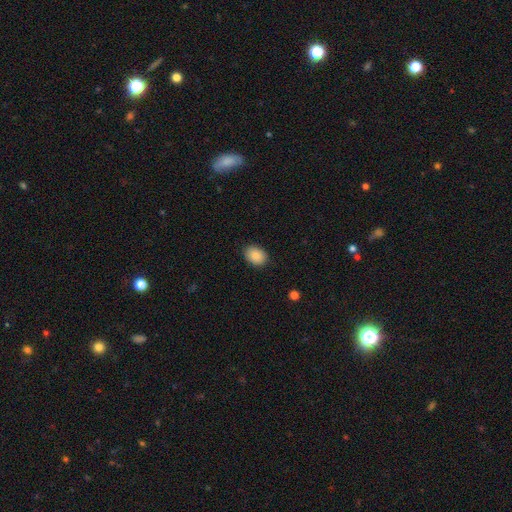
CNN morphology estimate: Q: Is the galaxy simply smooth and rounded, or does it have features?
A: smooth — 88%.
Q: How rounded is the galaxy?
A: in between — 67%.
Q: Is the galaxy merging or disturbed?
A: none — 88%.